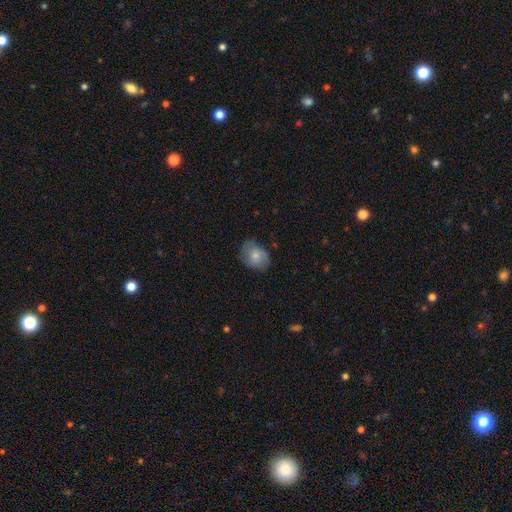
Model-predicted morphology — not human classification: smooth_or_featured: smooth (p=0.73) [alt: featured or disk p=0.20]
how_rounded: in between (p=0.64) [alt: round p=0.35]
merging: none (p=0.67) [alt: minor disturbance p=0.25]